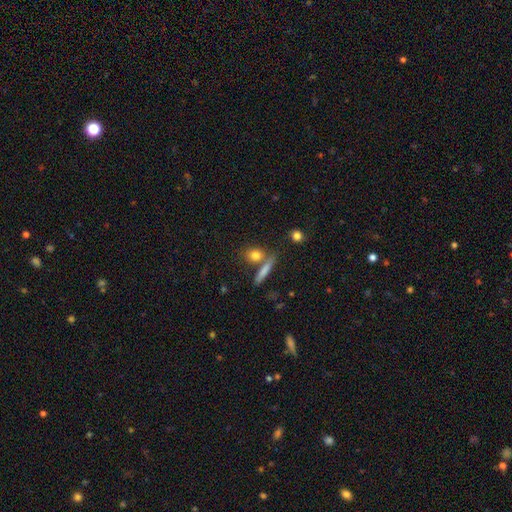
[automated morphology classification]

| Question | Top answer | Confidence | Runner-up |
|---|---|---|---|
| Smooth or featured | smooth | 79% | featured or disk (12%) |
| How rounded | round | 44% | in between (35%) |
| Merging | none | 65% | merger (21%) |